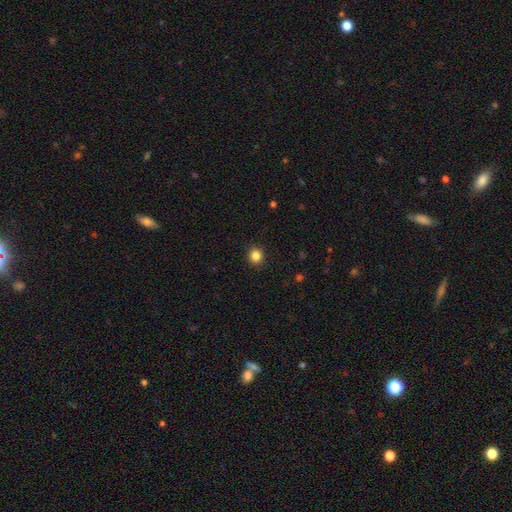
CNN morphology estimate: A smooth galaxy with no disk features (85%) that is round (90%). Merging: none (92%).